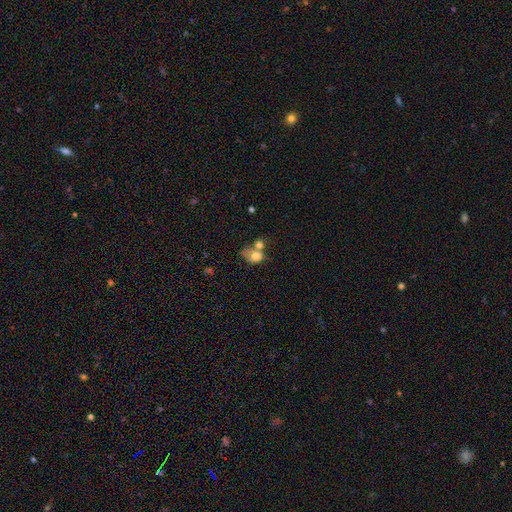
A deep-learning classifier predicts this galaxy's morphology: Smooth or featured? smooth (69%)
How rounded? in between (64%)
Merging? merger (52%)